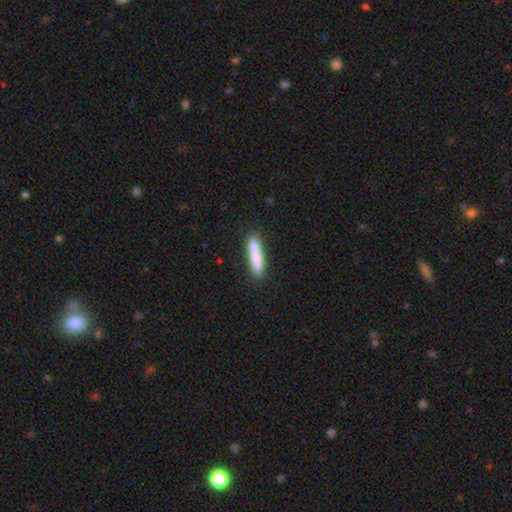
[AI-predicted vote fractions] Smooth or featured? Predicted: smooth (p=0.79). How rounded? Predicted: cigar-shaped (p=0.86). Merging? Predicted: none (p=0.80).